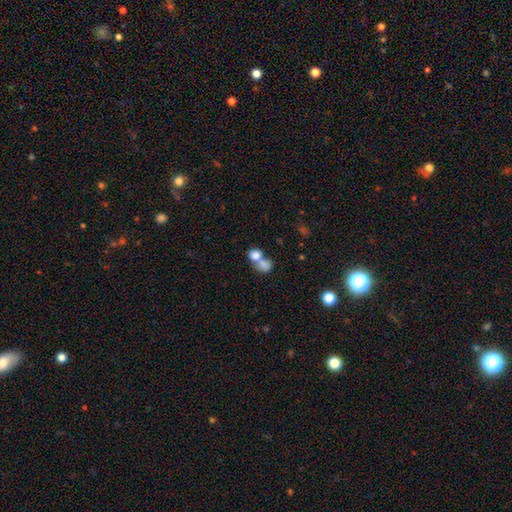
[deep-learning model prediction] A smooth galaxy with no disk features (78%) that is round (58%).

Vote fractions:
- Smooth or featured? smooth: 78% / featured or disk: 12% / star or artifact: 10%
- How rounded? round: 58% / in between: 41% / cigar-shaped: 1%
- Merging? merger: 66% / none: 24% / minor disturbance: 6% / major disturbance: 4%